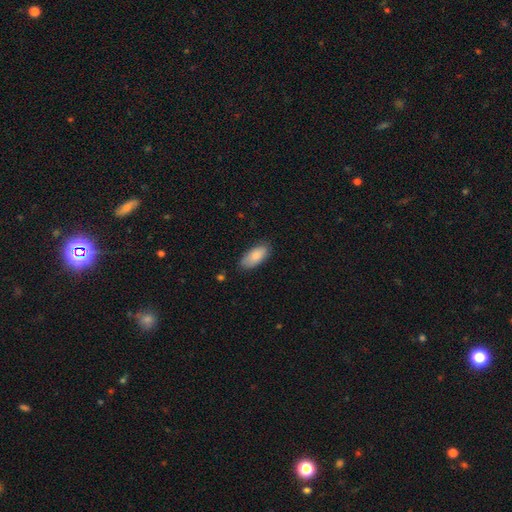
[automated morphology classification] This appears to be a smooth galaxy with no disk features (86%) that is in between round and cigar-shaped (89%). Merging: none (81%).